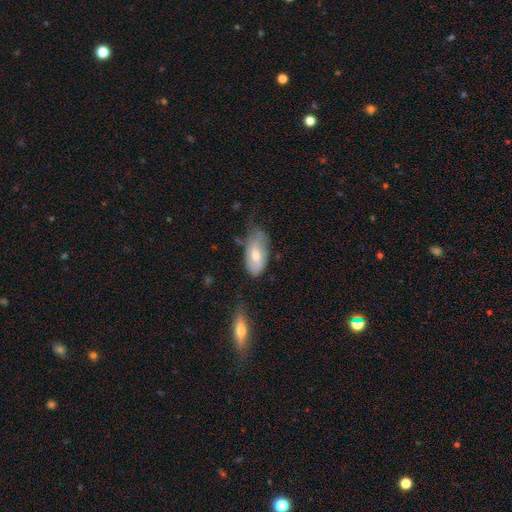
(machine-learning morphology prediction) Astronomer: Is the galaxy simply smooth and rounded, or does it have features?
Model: smooth — 61%.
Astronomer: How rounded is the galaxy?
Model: in between — 92%.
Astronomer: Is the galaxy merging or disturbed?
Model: none — 49% (runner-up: minor disturbance, 36%).